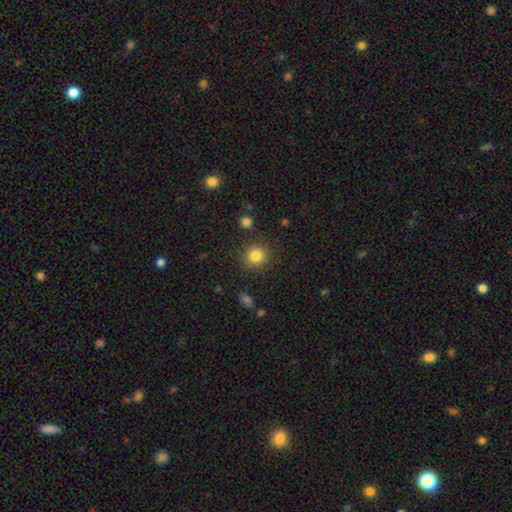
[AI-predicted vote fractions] Overall: smooth (84%). How rounded: round (90%). Merging: none (87%).